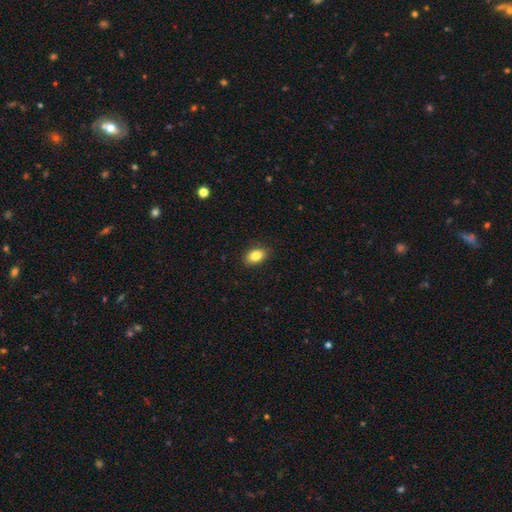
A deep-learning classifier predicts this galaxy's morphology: Smooth or featured? Predicted: smooth (p=0.84). How rounded? Predicted: in between (p=0.85). Merging? Predicted: none (p=0.89).